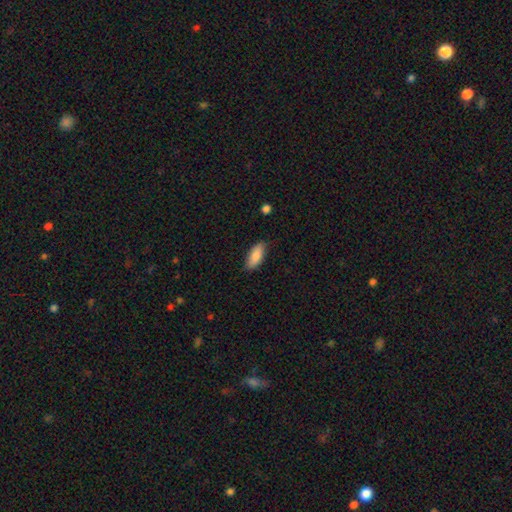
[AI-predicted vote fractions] A smooth galaxy with no disk features (84%) that is in between round and cigar-shaped (79%). Merging: none (80%).